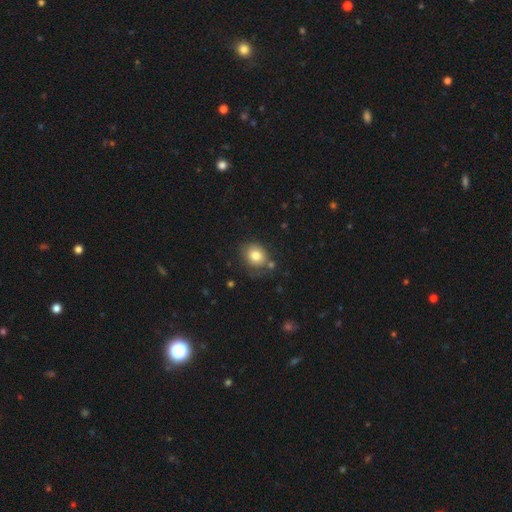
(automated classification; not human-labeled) Smooth or featured? Predicted: smooth (p=0.80). How rounded? Predicted: round (p=0.60). Merging? Predicted: none (p=0.70).